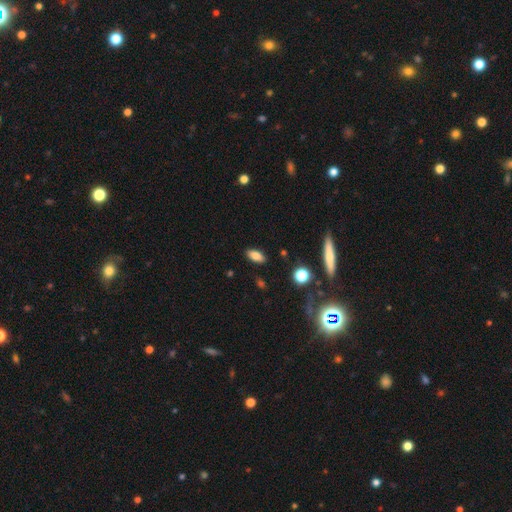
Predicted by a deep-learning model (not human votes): smooth 80%, featured or disk 11%, star or artifact 9%. Down the decision tree: how rounded — in between (85%); merging — none (87%).